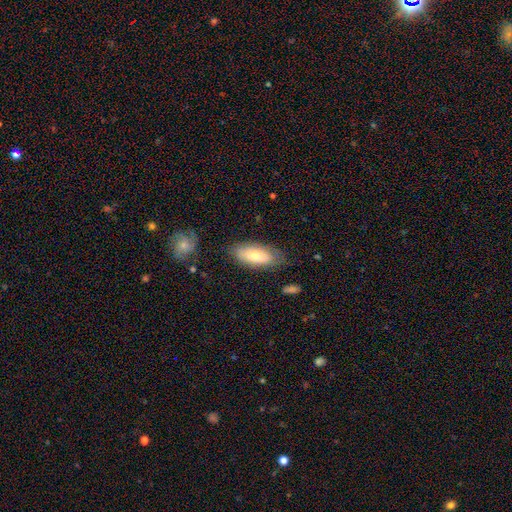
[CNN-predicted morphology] Smooth or featured? smooth (68%)
How rounded? in between (84%)
Merging? none (75%)